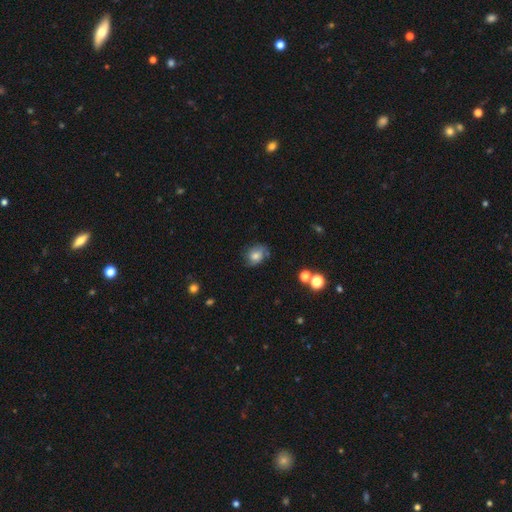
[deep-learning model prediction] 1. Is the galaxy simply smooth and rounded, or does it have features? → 61% smooth, 28% featured or disk, 11% star or artifact.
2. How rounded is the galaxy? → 57% in between, 42% round, 1% cigar-shaped.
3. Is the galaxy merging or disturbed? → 64% none, 25% minor disturbance, 7% major disturbance, 3% merger.